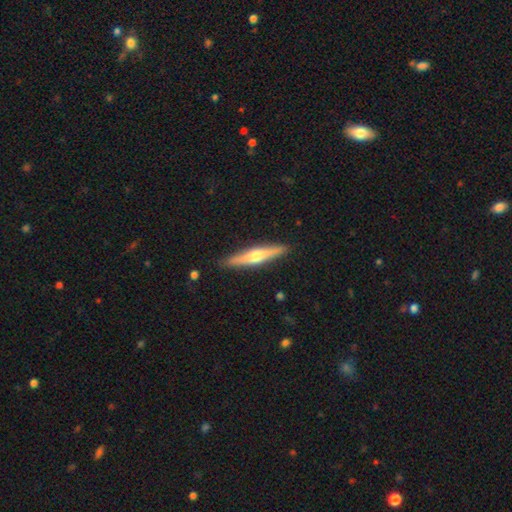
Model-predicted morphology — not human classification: Smooth or featured: featured or disk — 63% (smooth — 32%)
Edge-on disk: yes — 97% (no — 3%)
Edge-on bulge: rounded — 91% (none — 5%)
Merging: none — 90% (minor disturbance — 7%)